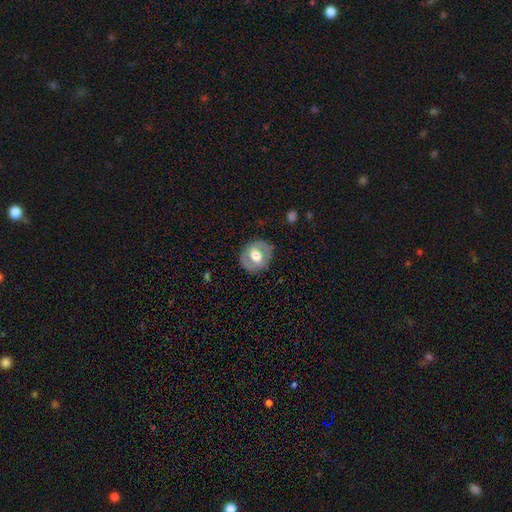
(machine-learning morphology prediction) Overall: smooth (53%; featured or disk 40%). How rounded: round (71%). Merging: none (81%).